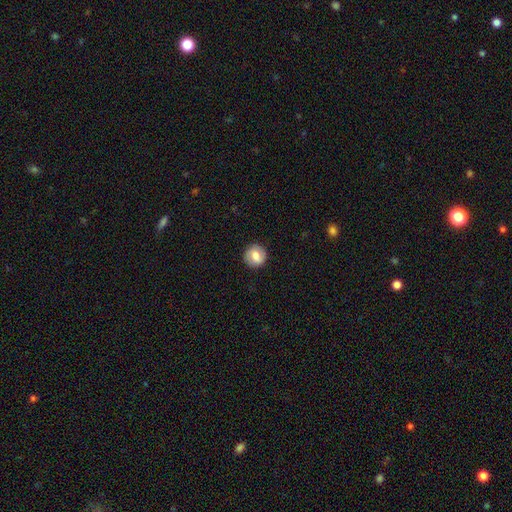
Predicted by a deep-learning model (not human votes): This appears to be a smooth galaxy with no disk features (57%) that is round (89%). Merging: none (87%).